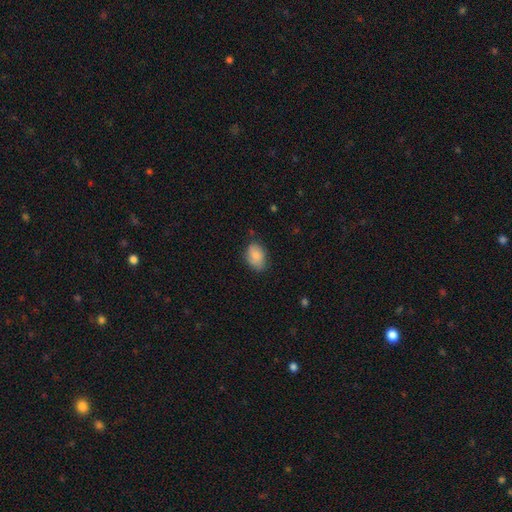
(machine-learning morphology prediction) Overall: smooth (83%). How rounded: in between (82%). Merging: none (69%).